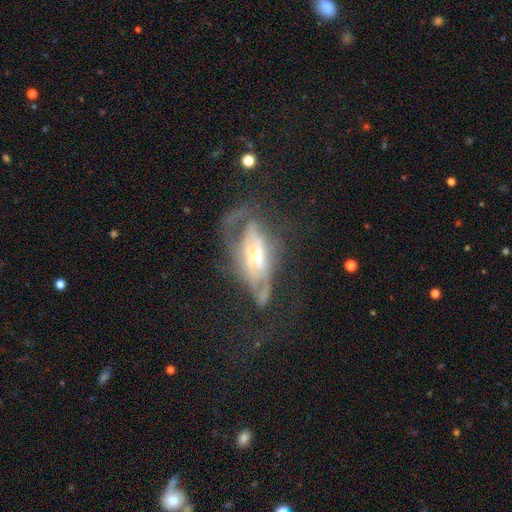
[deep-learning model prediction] featured or disk 70%, smooth 21%, star or artifact 9%. Down the decision tree: edge-on disk — no (72%); bar — no (59%); spiral arms — yes (57%); bulge size — moderate (46%); merging — major disturbance (43%).